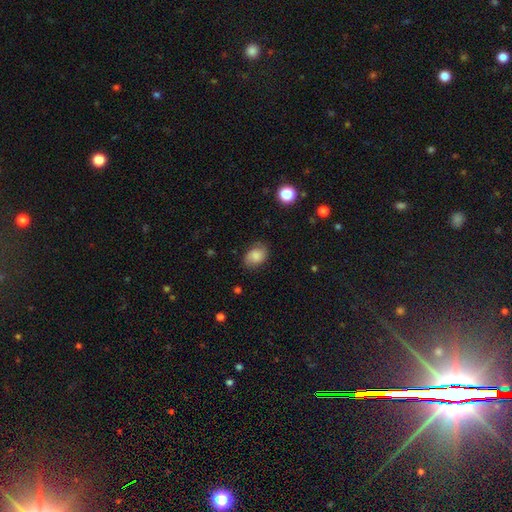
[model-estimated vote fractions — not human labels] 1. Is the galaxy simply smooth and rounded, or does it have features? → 81% smooth, 11% featured or disk, 8% star or artifact.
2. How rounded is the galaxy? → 76% in between, 23% round, 1% cigar-shaped.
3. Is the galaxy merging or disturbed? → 78% none, 17% minor disturbance, 4% major disturbance, 1% merger.